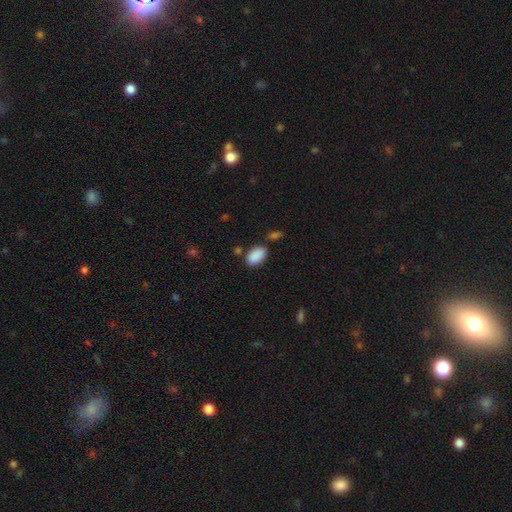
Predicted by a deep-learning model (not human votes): Smooth or featured? Predicted: smooth (p=0.89). How rounded? Predicted: in between (p=0.92). Merging? Predicted: none (p=0.72).